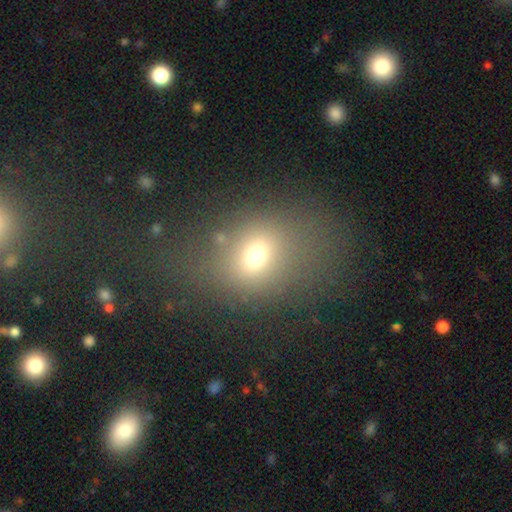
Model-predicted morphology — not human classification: This is likely a smooth galaxy (66%). How rounded: possibly in between (53%). Merging: likely none (68%).